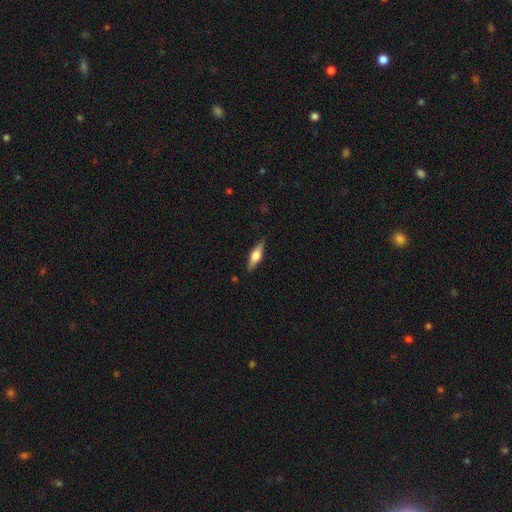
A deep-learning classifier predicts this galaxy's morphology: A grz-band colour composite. It shows a featured or disk galaxy (51%) viewed edge-on (94%). Merging: none (86%).